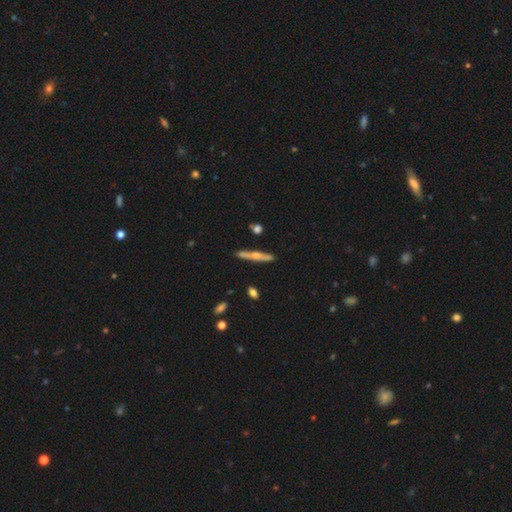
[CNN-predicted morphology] smooth-or-featured: featured or disk: 58% | smooth: 35% | star or artifact: 6%
  disk-edge-on: yes: 94% | no: 6%
    edge-on-bulge: rounded: 80% | none: 15% | boxy: 5%
  merging: none: 85% | minor disturbance: 11% | merger: 3% | major disturbance: 2%